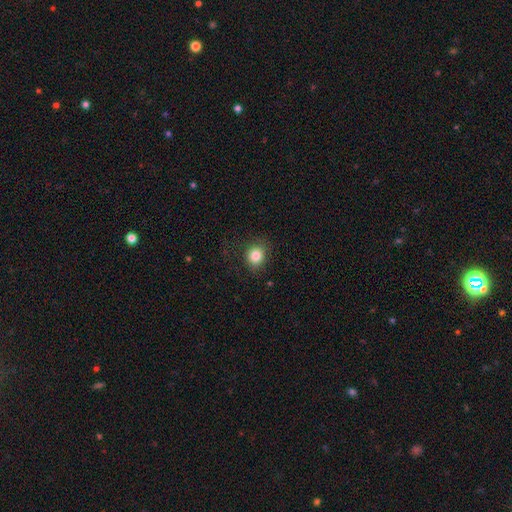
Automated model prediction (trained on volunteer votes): smooth-or-featured: smooth: 84% | star or artifact: 11% | featured or disk: 6%
  how-rounded: round: 78% | in between: 21% | cigar-shaped: 1%
  merging: none: 82% | minor disturbance: 12% | major disturbance: 4% | merger: 1%